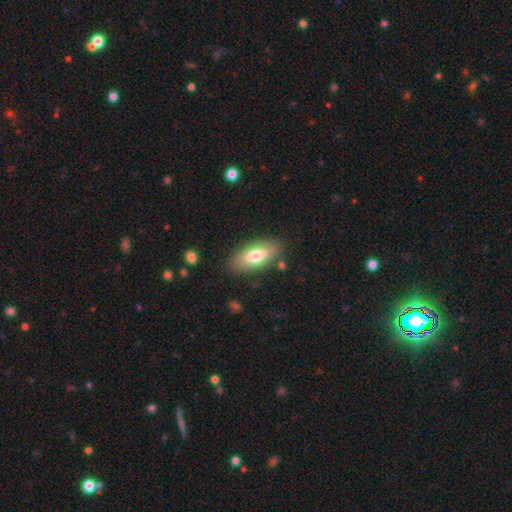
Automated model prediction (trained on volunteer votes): smooth 72%, featured or disk 22%, star or artifact 6%. Down the decision tree: how rounded — in between (84%); merging — none (82%).